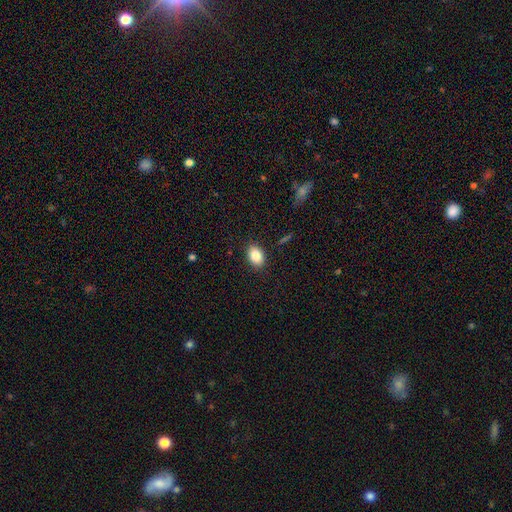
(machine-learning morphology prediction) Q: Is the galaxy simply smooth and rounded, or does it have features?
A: smooth — 86%.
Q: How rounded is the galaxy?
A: in between — 78%.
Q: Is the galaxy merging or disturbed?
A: none — 88%.